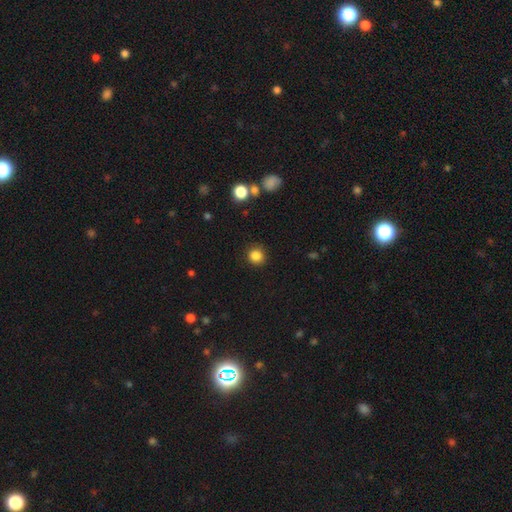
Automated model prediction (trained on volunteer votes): Smooth or featured? smooth (85%)
How rounded? round (89%)
Merging? none (88%)